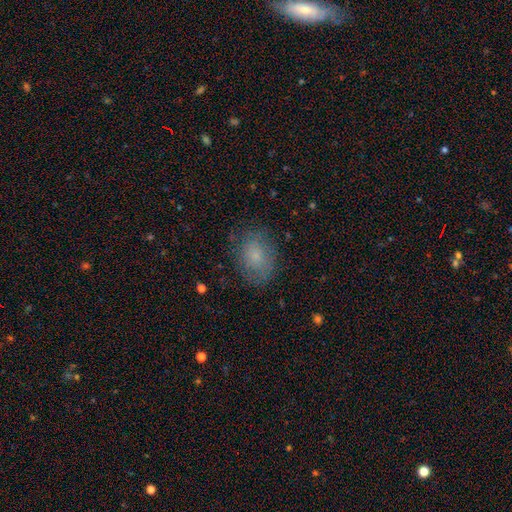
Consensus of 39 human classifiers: Smooth or featured? 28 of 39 (72%) said smooth. How rounded? 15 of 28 (54%) said round. Merging? 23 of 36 (64%) said none.